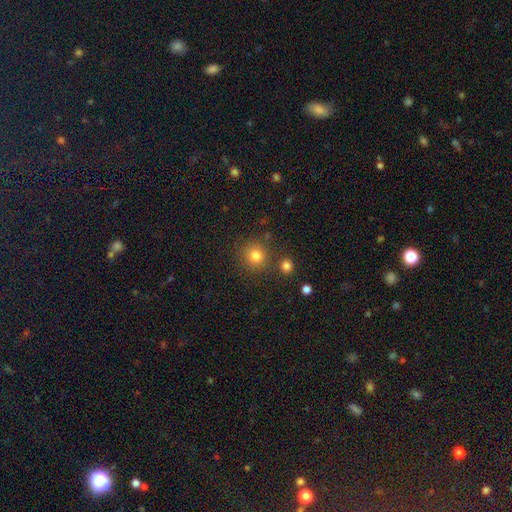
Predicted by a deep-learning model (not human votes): Q: Smooth or featured?
A: smooth (81%); runner-up: star or artifact (13%)
Q: How rounded?
A: round (92%); runner-up: in between (7%)
Q: Merging?
A: none (83%); runner-up: minor disturbance (8%)